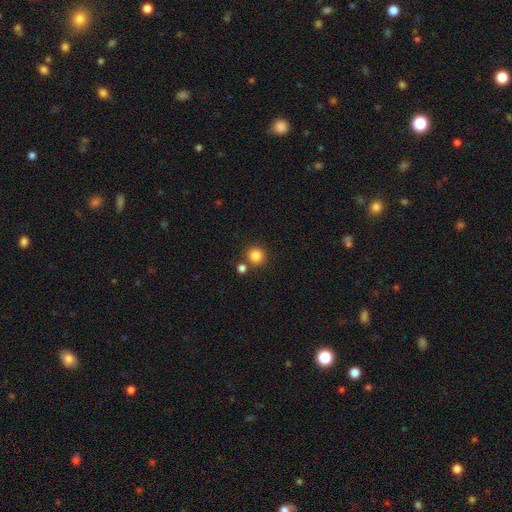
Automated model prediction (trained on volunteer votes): Smooth or featured? smooth (84%)
How rounded? round (94%)
Merging? none (78%)